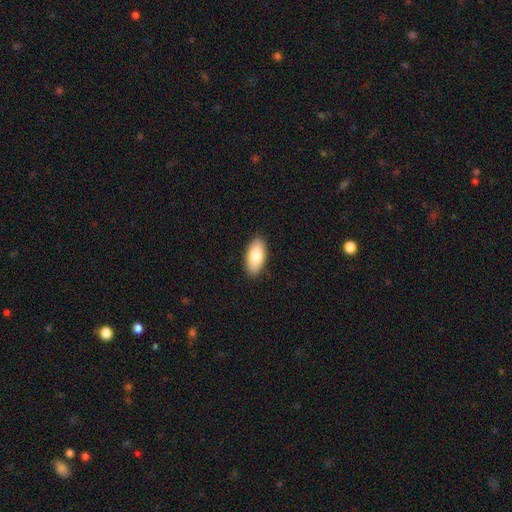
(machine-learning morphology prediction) smooth-or-featured: smooth: 82% | featured or disk: 12% | star or artifact: 6%
  how-rounded: in between: 92% | cigar-shaped: 6% | round: 2%
  merging: none: 90% | minor disturbance: 7% | major disturbance: 2% | merger: 1%